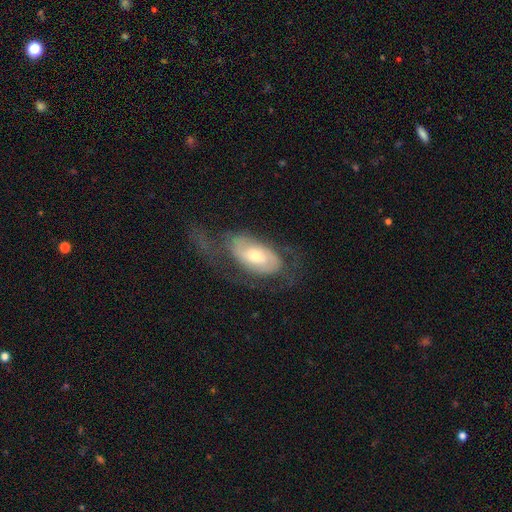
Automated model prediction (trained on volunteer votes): smooth-or-featured: featured or disk: 70% | smooth: 23% | star or artifact: 7%
  disk-edge-on: no: 91% | yes: 9%
    bar: no: 60% | weak: 30% | strong: 11%
    has-spiral-arms: yes: 76% | no: 24%
    bulge-size: moderate: 60% | small: 31% | large: 6% | dominant: 1% | none: 1%
  merging: none: 50% | major disturbance: 29% | minor disturbance: 19% | merger: 2%